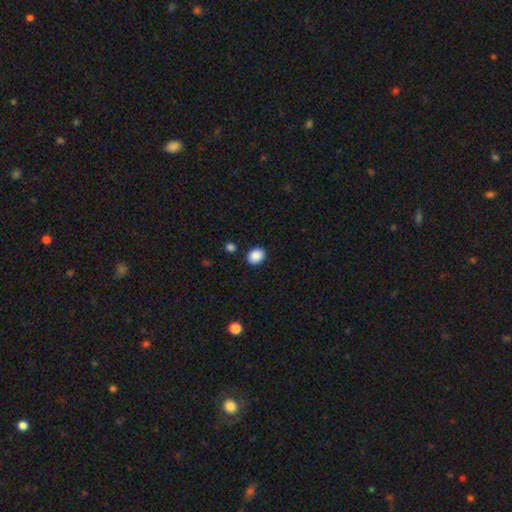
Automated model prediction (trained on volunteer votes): Overall: smooth (89%). How rounded: in between (59%; round 40%). Merging: none (88%).